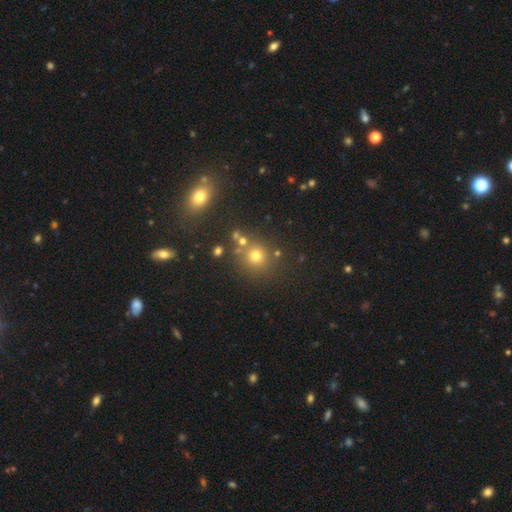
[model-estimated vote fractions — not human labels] Smooth or featured: smooth — 67% (star or artifact — 23%)
How rounded: round — 88% (in between — 11%)
Merging: none — 73% (merger — 13%)